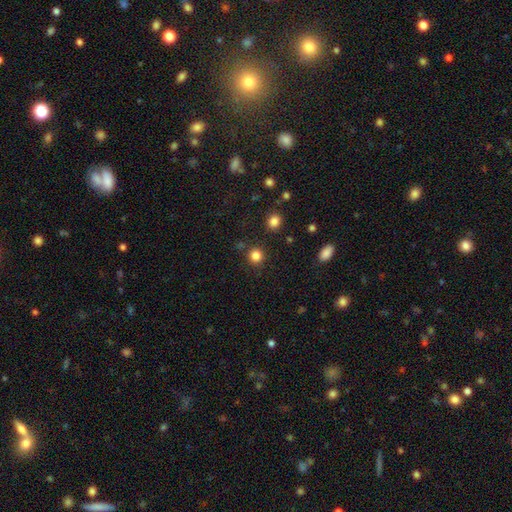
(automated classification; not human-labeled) Smooth or featured? smooth (83%)
How rounded? round (91%)
Merging? none (88%)